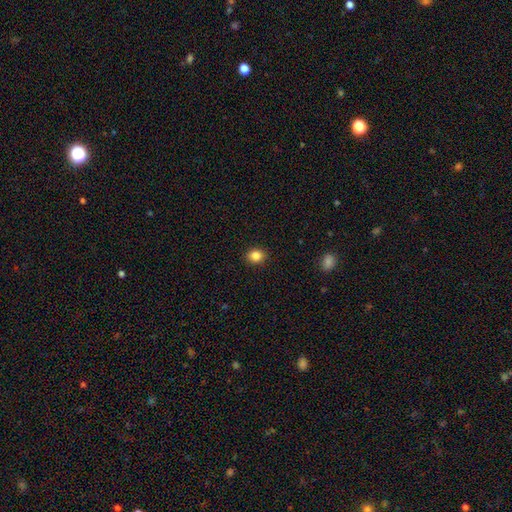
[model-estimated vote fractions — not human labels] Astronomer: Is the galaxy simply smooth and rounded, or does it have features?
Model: smooth — 85%.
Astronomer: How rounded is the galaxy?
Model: round — 71%.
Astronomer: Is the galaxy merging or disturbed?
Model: none — 91%.